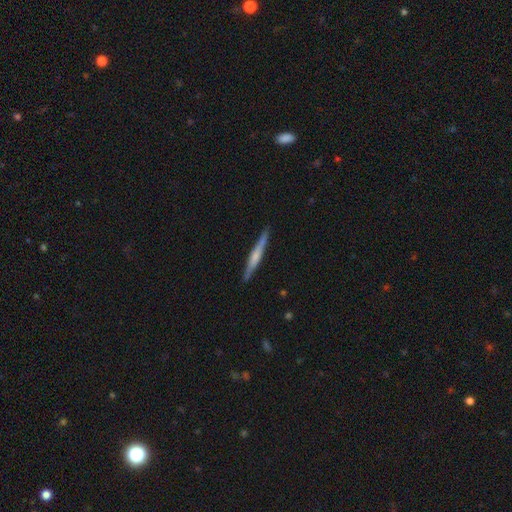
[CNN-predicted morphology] smooth-or-featured: featured or disk: 56% | smooth: 39% | star or artifact: 5%
  disk-edge-on: yes: 97% | no: 3%
    edge-on-bulge: rounded: 47% | none: 35% | boxy: 18%
  merging: none: 89% | minor disturbance: 9% | major disturbance: 2% | merger: 1%